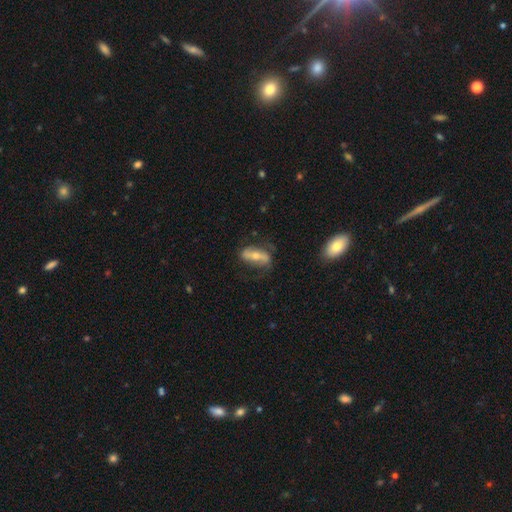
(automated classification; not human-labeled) Overall: featured or disk (58%; smooth 35%). Edge-on disk: no (80%). Merging: none (60%; minor disturbance 24%).